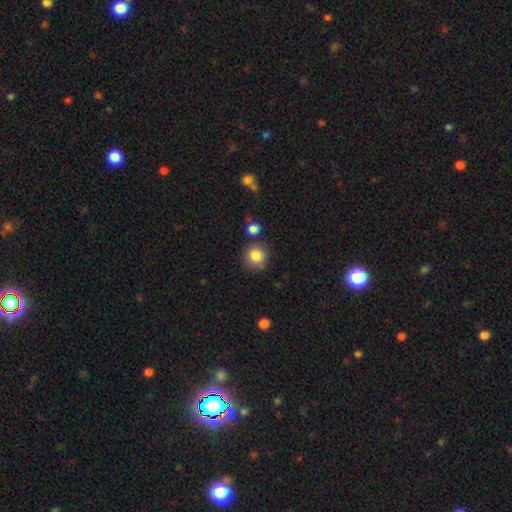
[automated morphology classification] smooth 85%, star or artifact 9%, featured or disk 6%. Down the decision tree: how rounded — round (89%); merging — none (76%).